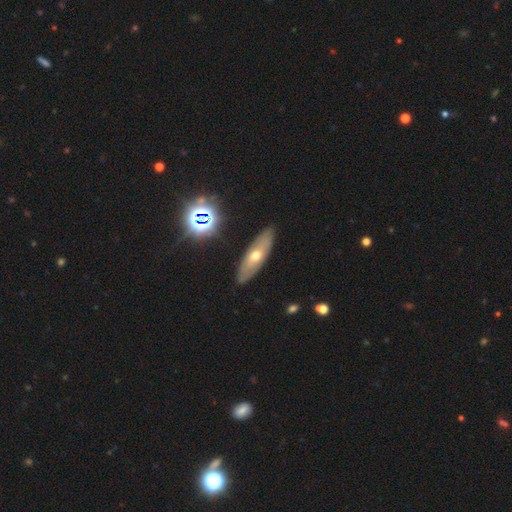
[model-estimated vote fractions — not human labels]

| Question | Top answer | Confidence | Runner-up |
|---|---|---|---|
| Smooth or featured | featured or disk | 49% | smooth (40%) |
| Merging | none | 87% | minor disturbance (9%) |